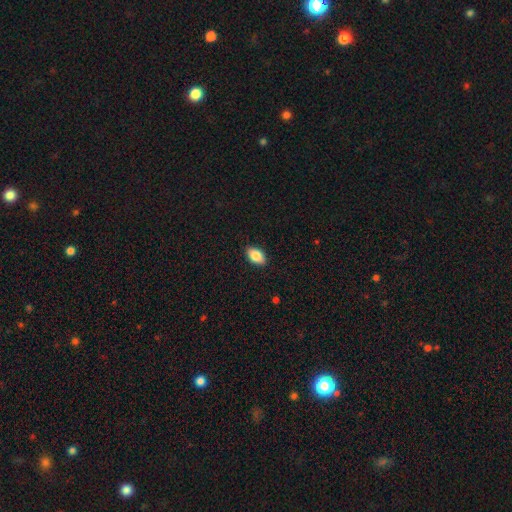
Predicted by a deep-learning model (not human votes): smooth-or-featured: smooth: 85% | featured or disk: 8% | star or artifact: 7%
  how-rounded: in between: 91% | round: 7% | cigar-shaped: 2%
  merging: none: 88% | minor disturbance: 9% | major disturbance: 2% | merger: 1%